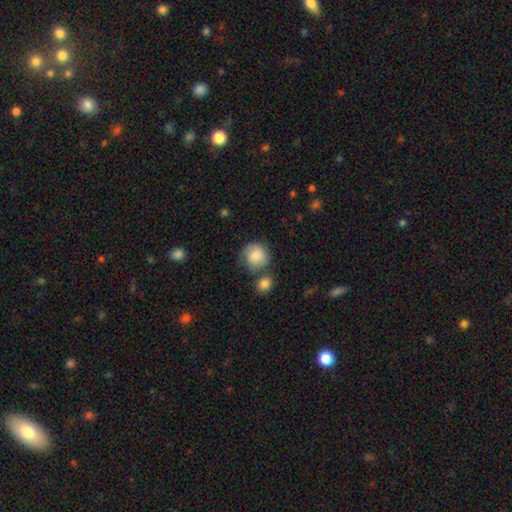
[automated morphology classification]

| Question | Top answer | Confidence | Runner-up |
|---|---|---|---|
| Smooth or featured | smooth | 79% | featured or disk (13%) |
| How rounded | round | 87% | in between (12%) |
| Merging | none | 58% | minor disturbance (18%) |